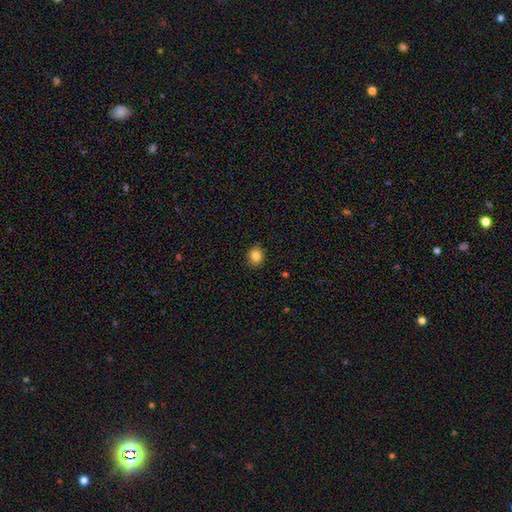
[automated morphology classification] smooth_or_featured: smooth (p=0.84) [alt: star or artifact p=0.10]
how_rounded: round (p=0.71) [alt: in between p=0.28]
merging: none (p=0.90) [alt: minor disturbance p=0.08]